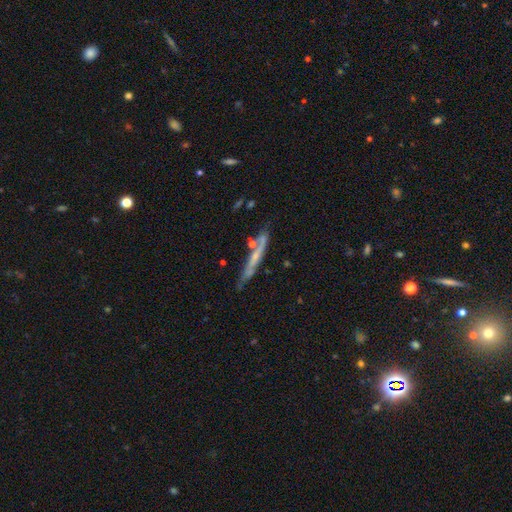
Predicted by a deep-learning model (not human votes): smooth_or_featured: featured or disk (p=0.59) [alt: smooth p=0.33]
disk_edge_on: yes (p=0.85) [alt: no p=0.15]
edge_on_bulge: none (p=0.65) [alt: rounded p=0.28]
merging: none (p=0.68) [alt: minor disturbance p=0.20]